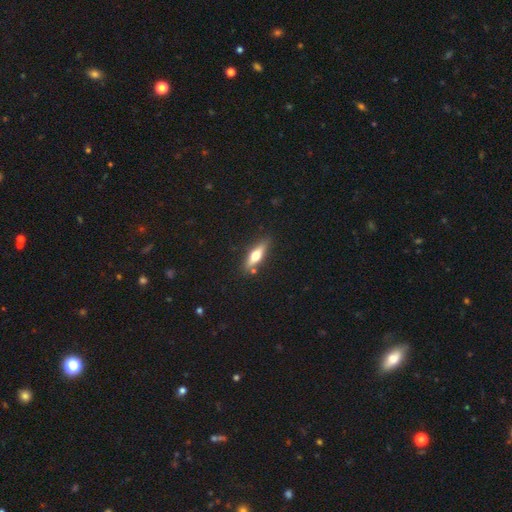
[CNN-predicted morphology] Q: Smooth or featured?
A: smooth (51%); runner-up: featured or disk (43%)
Q: How rounded?
A: cigar-shaped (62%); runner-up: in between (35%)
Q: Merging?
A: none (82%); runner-up: minor disturbance (11%)